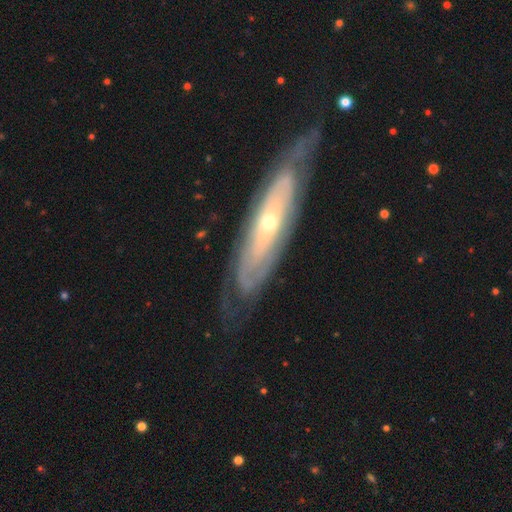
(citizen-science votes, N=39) Smooth or featured? 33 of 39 (85%) said featured or disk. Edge-on disk? 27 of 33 (82%) said no. Bar? 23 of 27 (85%) said no. Spiral arms? 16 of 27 (59%) said yes. Spiral winding? 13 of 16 (81%) said tight. Spiral arm count? 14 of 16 (88%) said can't tell. Bulge size? 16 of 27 (59%) said small. Merging? 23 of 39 (59%) said none.